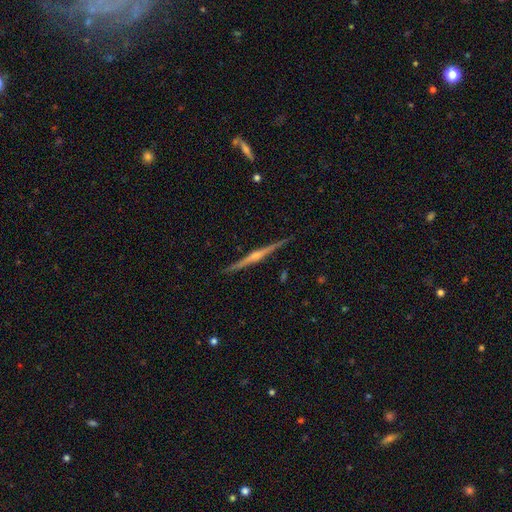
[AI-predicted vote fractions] Smooth or featured?
  - featured or disk: 85% *
  - smooth: 10%
  - star or artifact: 5%
Edge-on disk?
  - yes: 99% *
  - no: 1%
Edge-on bulge?
  - rounded: 85% *
  - none: 8%
  - boxy: 7%
Merging?
  - none: 91% *
  - minor disturbance: 7%
  - major disturbance: 1%
  - merger: 1%